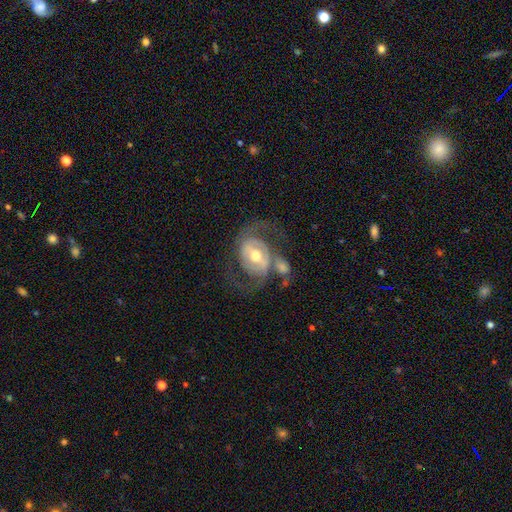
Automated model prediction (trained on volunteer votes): featured or disk 80%, smooth 15%, star or artifact 5%. Down the decision tree: edge-on disk — no (97%); bar — weak (41%); spiral arms — yes (83%); spiral arm count — 2 (84%); spiral winding — medium (49%); bulge size — moderate (75%); merging — none (46%).